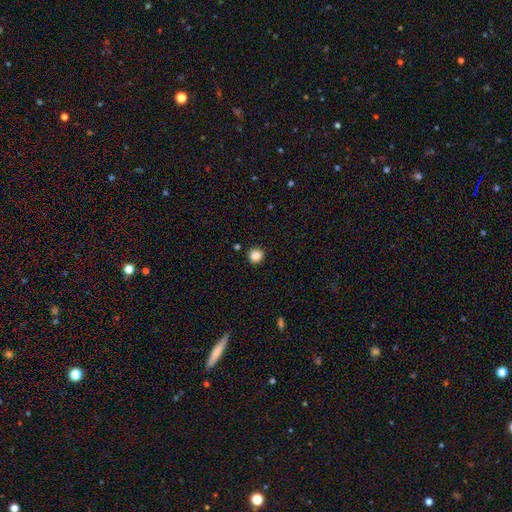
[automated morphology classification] This appears to be a smooth galaxy with no disk features (87%) that is round (92%). Merging: none (90%).